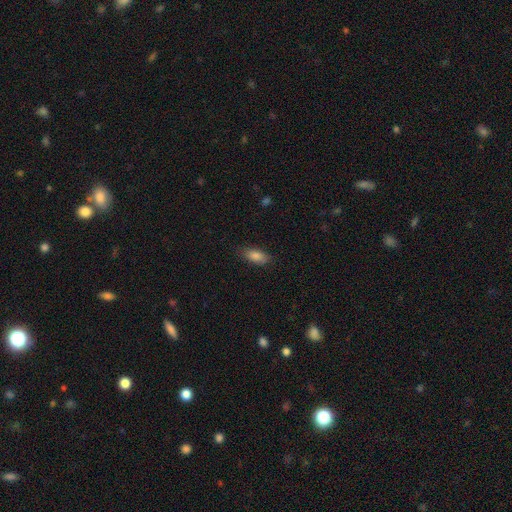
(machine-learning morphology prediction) A smooth galaxy with no disk features (85%) that is in between round and cigar-shaped (86%). Merging: none (82%).